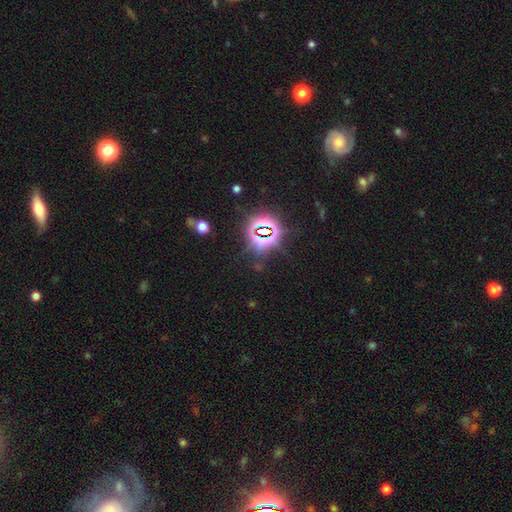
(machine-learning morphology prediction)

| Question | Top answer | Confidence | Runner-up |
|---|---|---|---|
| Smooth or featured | star or artifact | 76% | smooth (13%) |